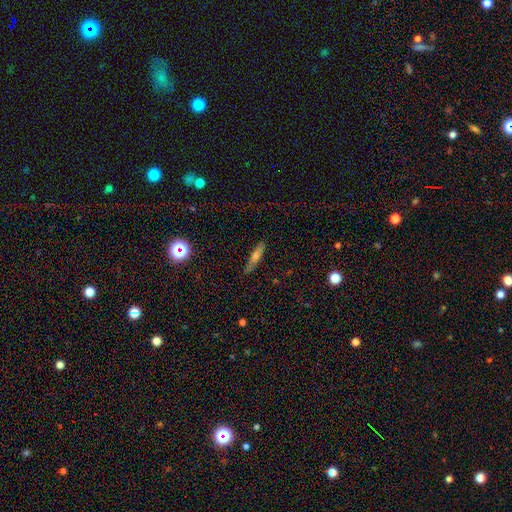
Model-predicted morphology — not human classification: The model was most divided on "smooth or featured": smooth: 51%, featured or disk: 39%, star or artifact: 10%. More confident: how rounded — cigar-shaped (83%); merging — none (83%).